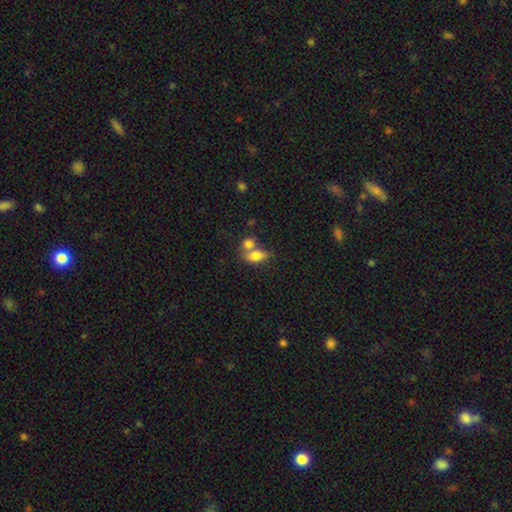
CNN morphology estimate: A smooth galaxy with no disk features (78%) that is in between round and cigar-shaped (82%).

Vote fractions:
- Smooth or featured? smooth: 78% / featured or disk: 14% / star or artifact: 8%
- How rounded? in between: 82% / round: 12% / cigar-shaped: 6%
- Merging? merger: 50% / none: 34% / minor disturbance: 10% / major disturbance: 5%